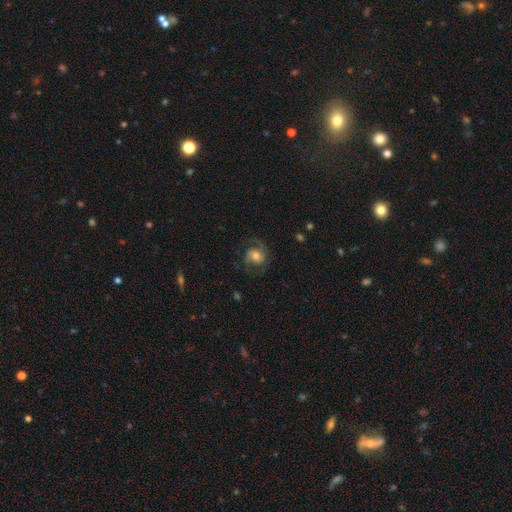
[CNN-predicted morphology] smooth-or-featured: featured or disk: 75% | smooth: 17% | star or artifact: 7%
  disk-edge-on: no: 98% | yes: 2%
    bar: no: 59% | weak: 33% | strong: 8%
    has-spiral-arms: yes: 94% | no: 6%
      spiral-winding: medium: 53% | loose: 25% | tight: 21%
      spiral-arm-count: 2: 87% | 1: 5% | can't tell: 4% | 3: 2% | 4: 1% | more than 4: 1%
    bulge-size: moderate: 59% | small: 20% | large: 16% | none: 3% | dominant: 2%
  merging: none: 73% | minor disturbance: 15% | major disturbance: 11% | merger: 1%